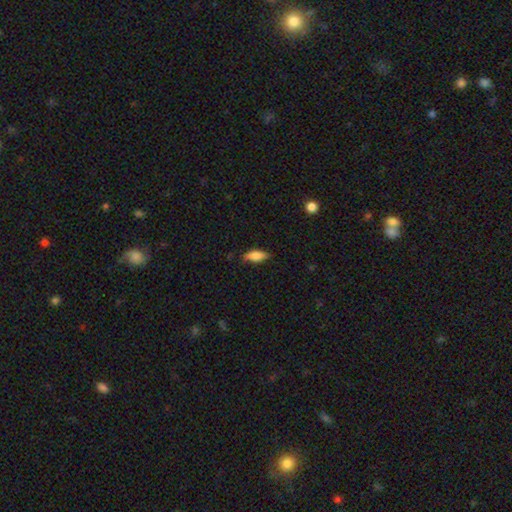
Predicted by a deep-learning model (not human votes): The model was most divided on "how rounded": in between: 71%, cigar-shaped: 25%, round: 3%. More confident: merging — none (73%); smooth or featured — smooth (70%).